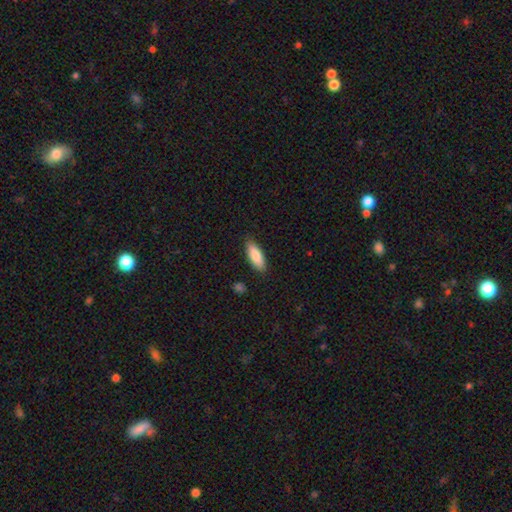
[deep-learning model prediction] This appears to be a smooth galaxy with no disk features (85%) that is in between round and cigar-shaped (69%). Merging: none (86%).